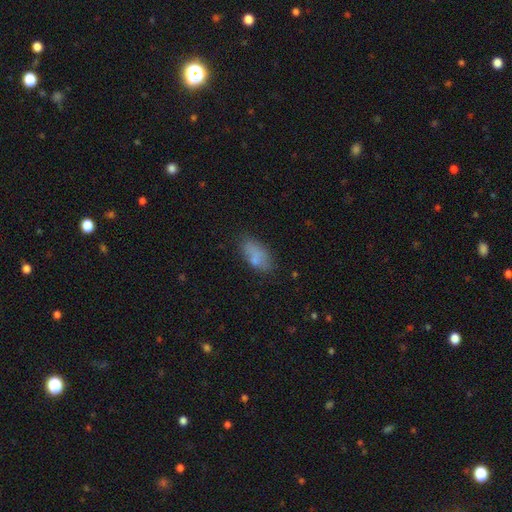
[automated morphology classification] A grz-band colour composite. It shows a smooth galaxy with no disk features (75%) that is in between round and cigar-shaped (88%). Merging: none (62%).